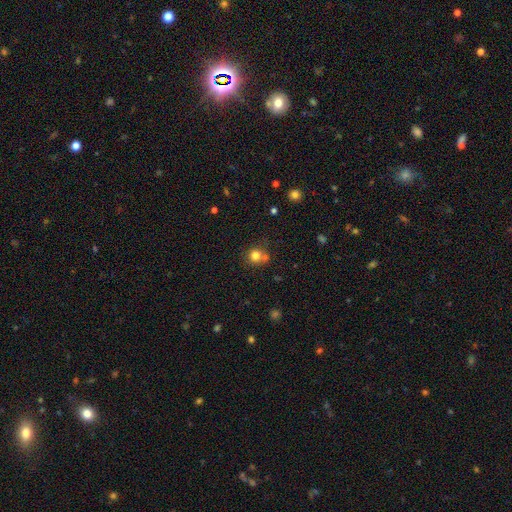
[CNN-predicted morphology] type=smooth (79%); roundness=round (85%); merging=none (59%).